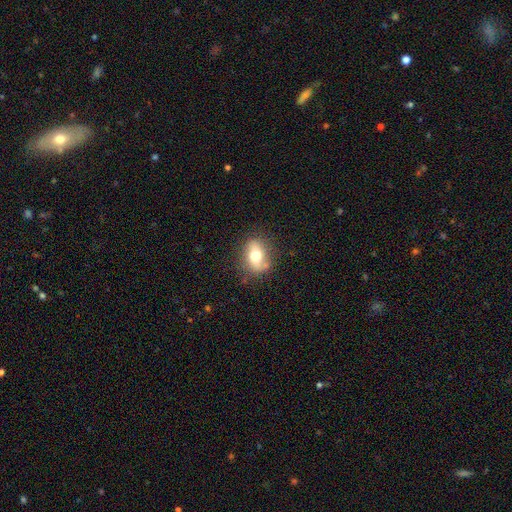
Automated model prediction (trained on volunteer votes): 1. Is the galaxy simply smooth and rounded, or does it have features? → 62% smooth, 30% featured or disk, 8% star or artifact.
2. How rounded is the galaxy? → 73% in between, 22% round, 5% cigar-shaped.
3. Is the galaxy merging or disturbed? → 72% none, 18% minor disturbance, 5% major disturbance, 4% merger.